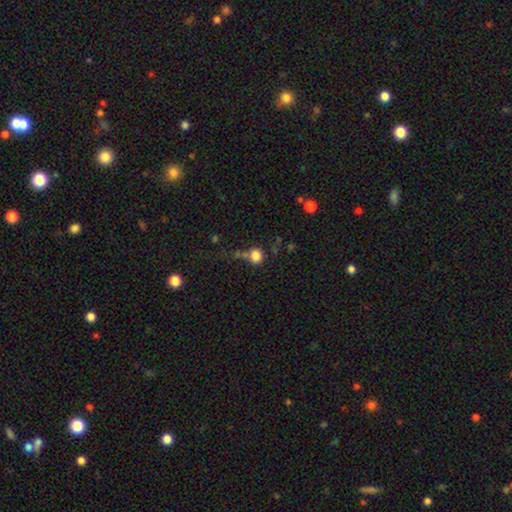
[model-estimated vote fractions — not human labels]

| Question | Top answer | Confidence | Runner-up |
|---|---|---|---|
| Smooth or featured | smooth | 82% | star or artifact (12%) |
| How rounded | round | 78% | in between (20%) |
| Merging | none | 54% | merger (21%) |